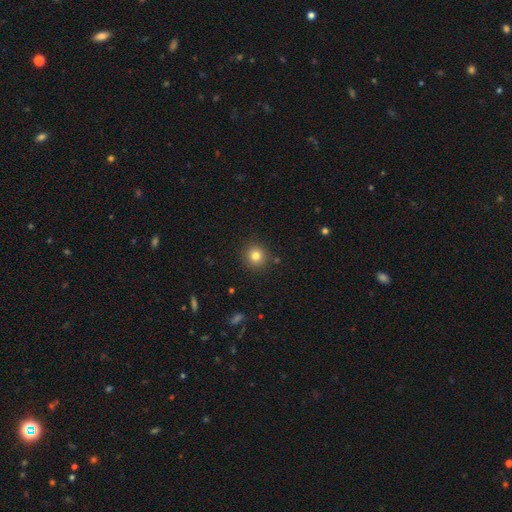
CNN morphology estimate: A smooth galaxy with no disk features (80%) that is round (92%). Merging: none (89%).